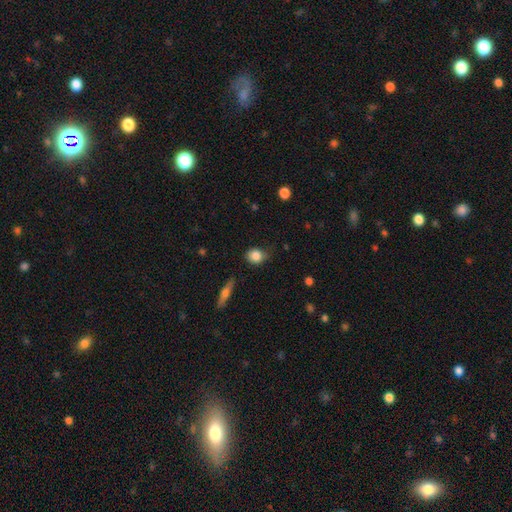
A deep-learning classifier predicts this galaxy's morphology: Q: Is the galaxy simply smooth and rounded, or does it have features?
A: smooth — 84%.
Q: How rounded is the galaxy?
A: round — 60%.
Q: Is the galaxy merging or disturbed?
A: none — 63%.